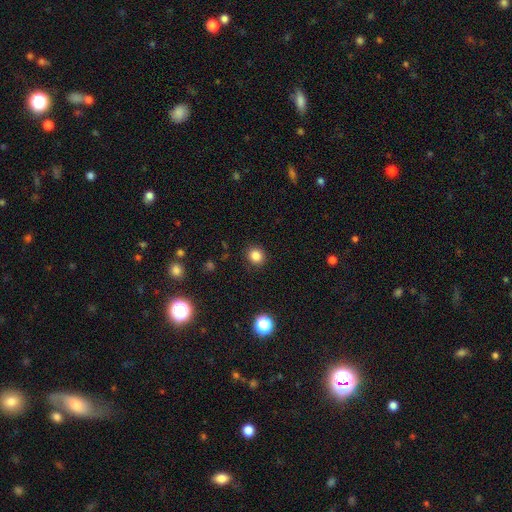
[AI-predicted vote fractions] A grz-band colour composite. It shows a smooth galaxy with no disk features (83%) that is round (84%). Merging: none (91%).